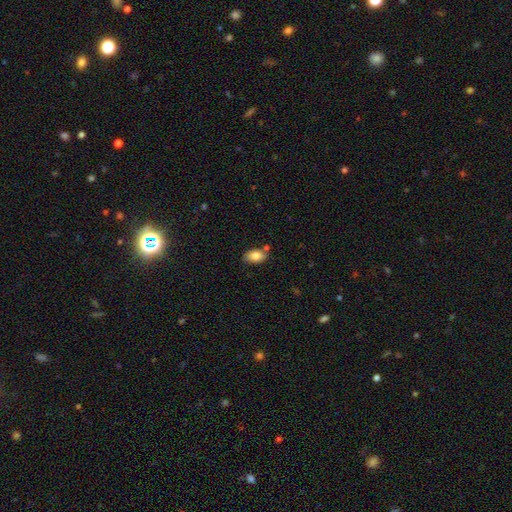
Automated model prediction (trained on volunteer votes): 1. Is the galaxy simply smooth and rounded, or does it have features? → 83% smooth, 9% featured or disk, 8% star or artifact.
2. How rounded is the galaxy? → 91% in between, 7% round, 2% cigar-shaped.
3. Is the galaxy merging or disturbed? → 71% none, 17% minor disturbance, 8% merger, 4% major disturbance.